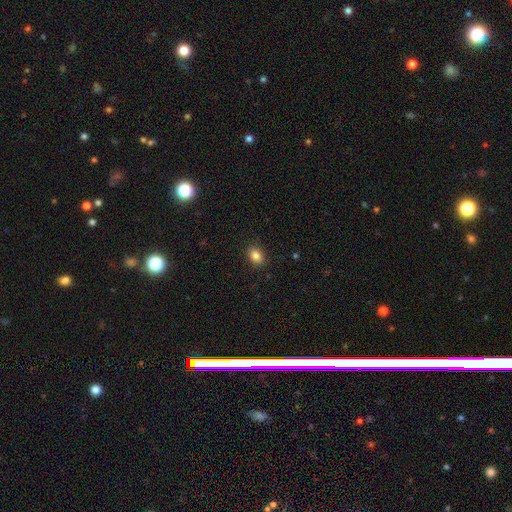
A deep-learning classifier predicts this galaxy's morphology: This appears to be a smooth galaxy with no disk features (85%) that is in between round and cigar-shaped (68%). Merging: none (88%).